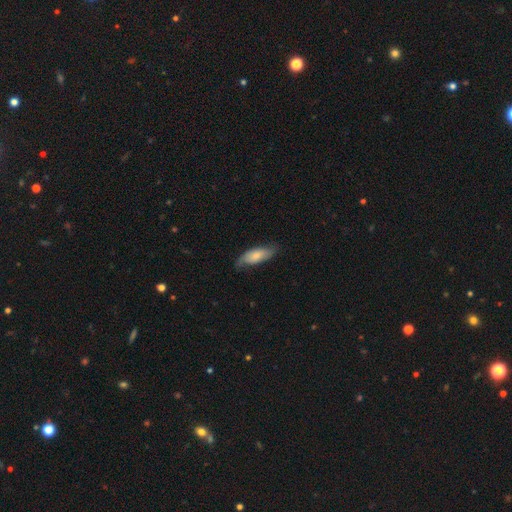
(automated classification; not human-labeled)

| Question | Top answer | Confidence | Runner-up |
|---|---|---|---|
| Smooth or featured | smooth | 64% | featured or disk (30%) |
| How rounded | in between | 71% | cigar-shaped (27%) |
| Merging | none | 68% | minor disturbance (25%) |